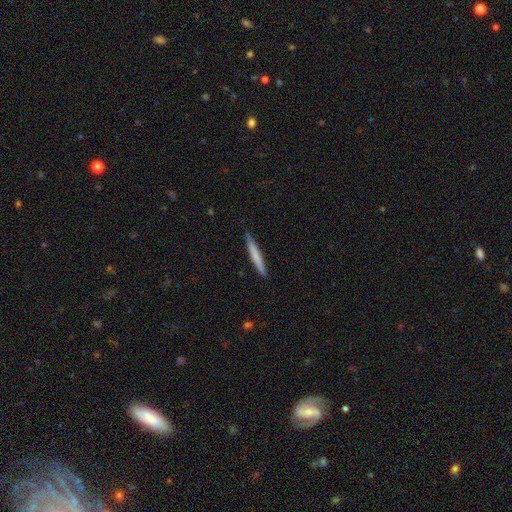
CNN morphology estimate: smooth-or-featured: smooth: 69% | featured or disk: 26% | star or artifact: 5%
  how-rounded: cigar-shaped: 96% | in between: 3% | round: 1%
  merging: none: 89% | minor disturbance: 9% | major disturbance: 1% | merger: 1%